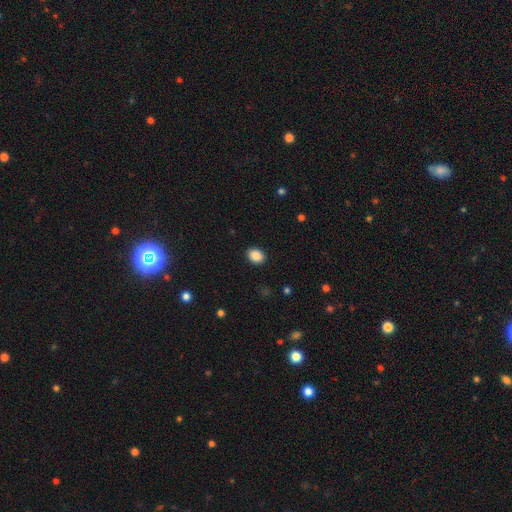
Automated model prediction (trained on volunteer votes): Smooth or featured?
  - smooth: 88% *
  - star or artifact: 8%
  - featured or disk: 3%
How rounded?
  - in between: 57% *
  - round: 42%
  - cigar-shaped: 1%
Merging?
  - none: 91% *
  - minor disturbance: 6%
  - major disturbance: 2%
  - merger: 1%